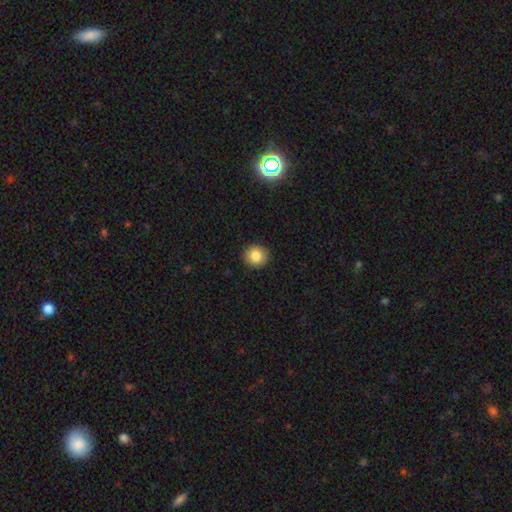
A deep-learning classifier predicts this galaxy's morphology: This appears to be a smooth galaxy with no disk features (85%) that is round (90%). Merging: none (92%).